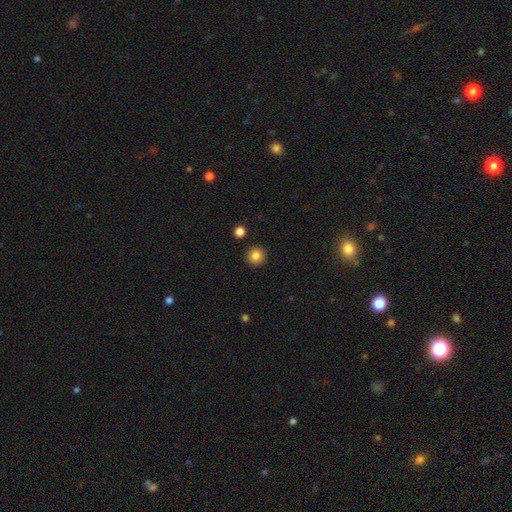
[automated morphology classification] smooth-or-featured: smooth: 84% | star or artifact: 11% | featured or disk: 5%
  how-rounded: round: 94% | in between: 5% | cigar-shaped: 1%
  merging: none: 92% | minor disturbance: 5% | merger: 2% | major disturbance: 2%